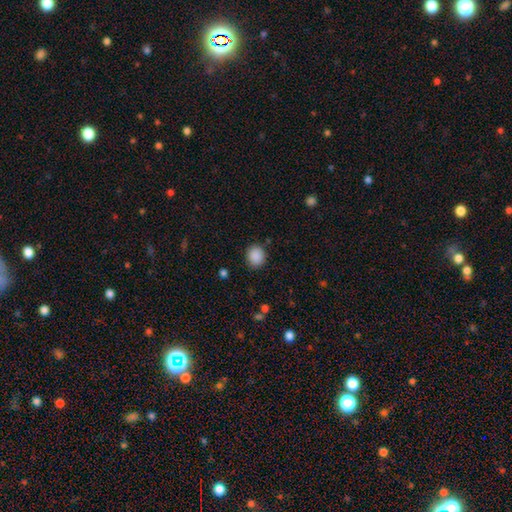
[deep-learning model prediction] Morphology: type=smooth (89%); roundness=round (70%); merging=none (86%).